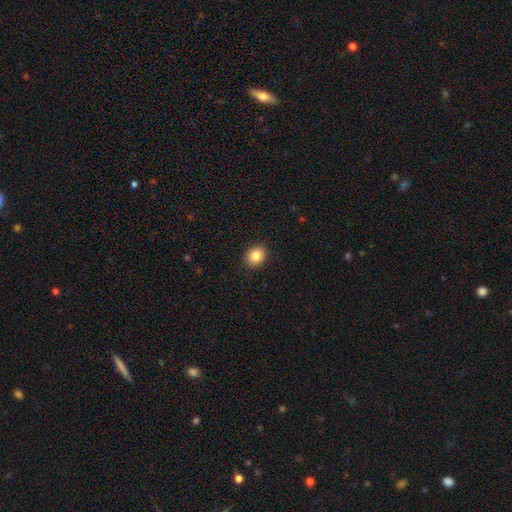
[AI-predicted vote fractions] smooth_or_featured: smooth (p=0.85) [alt: star or artifact p=0.09]
how_rounded: round (p=0.59) [alt: in between p=0.40]
merging: none (p=0.90) [alt: minor disturbance p=0.07]